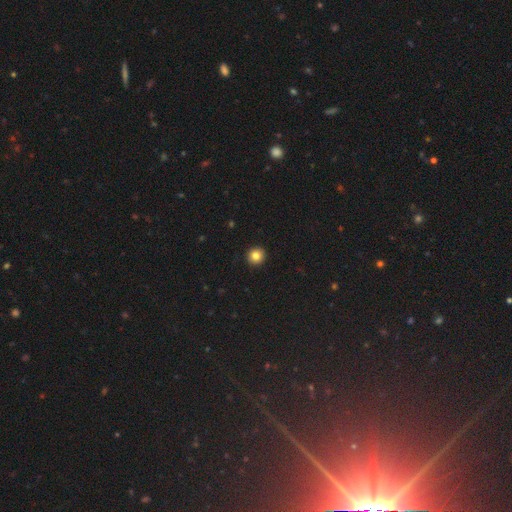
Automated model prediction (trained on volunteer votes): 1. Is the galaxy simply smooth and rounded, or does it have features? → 84% smooth, 11% star or artifact, 6% featured or disk.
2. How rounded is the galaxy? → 94% round, 5% in between, 1% cigar-shaped.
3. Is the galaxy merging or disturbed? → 93% none, 4% minor disturbance, 1% major disturbance, 1% merger.